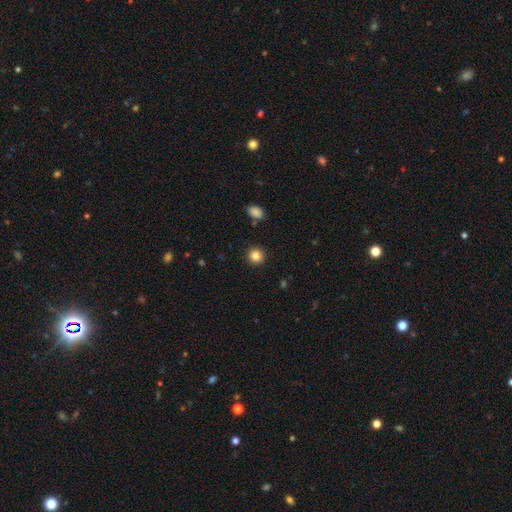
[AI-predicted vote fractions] Smooth or featured: smooth — 84% (star or artifact — 11%)
How rounded: round — 93% (in between — 6%)
Merging: none — 92% (minor disturbance — 5%)